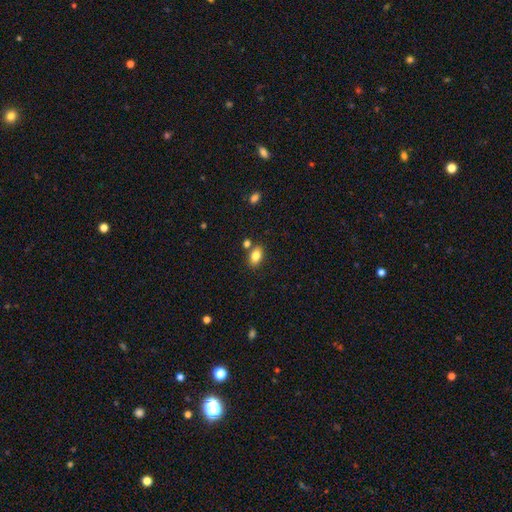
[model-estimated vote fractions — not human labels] Smooth or featured? Predicted: smooth (p=0.83). How rounded? Predicted: in between (p=0.88). Merging? Predicted: none (p=0.75).